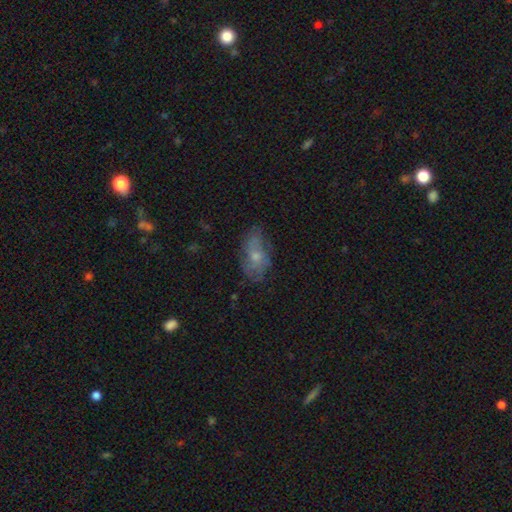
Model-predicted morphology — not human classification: Smooth or featured?
  - smooth: 46% *
  - featured or disk: 45%
  - star or artifact: 9%
Merging?
  - none: 58% *
  - minor disturbance: 28%
  - major disturbance: 13%
  - merger: 2%